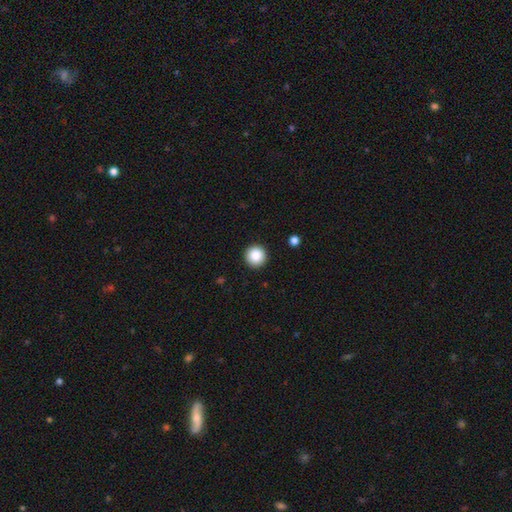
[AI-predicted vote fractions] smooth_or_featured: smooth (p=0.86) [alt: star or artifact p=0.09]
how_rounded: round (p=0.96) [alt: in between p=0.03]
merging: none (p=0.93) [alt: minor disturbance p=0.04]